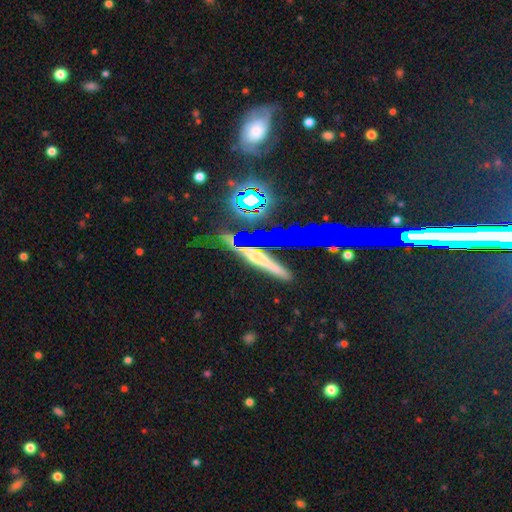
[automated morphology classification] This appears to be a featured or disk galaxy (35%). Merging: none (78%).